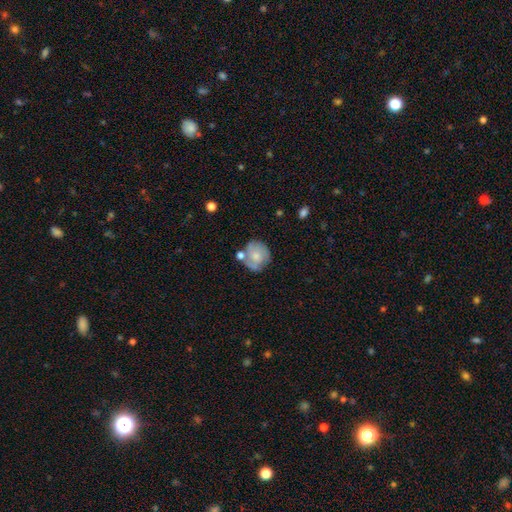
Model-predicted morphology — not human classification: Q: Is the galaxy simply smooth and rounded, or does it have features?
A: smooth — 56%.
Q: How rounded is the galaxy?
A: round — 81%.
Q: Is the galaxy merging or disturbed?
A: none — 54%.